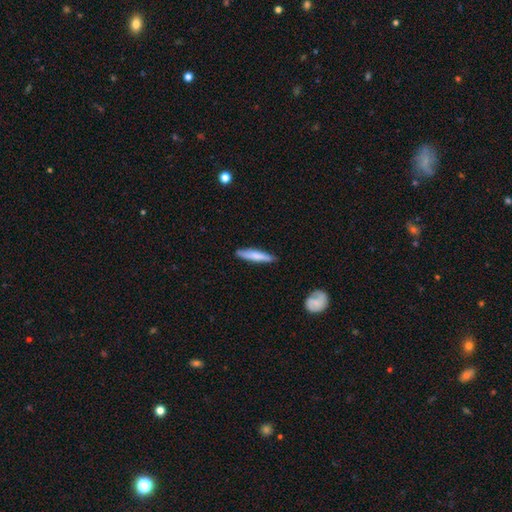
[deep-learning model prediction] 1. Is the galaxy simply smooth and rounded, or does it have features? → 74% smooth, 21% featured or disk, 5% star or artifact.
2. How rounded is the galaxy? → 89% cigar-shaped, 10% in between, 1% round.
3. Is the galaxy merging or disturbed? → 84% none, 12% minor disturbance, 2% major disturbance, 1% merger.